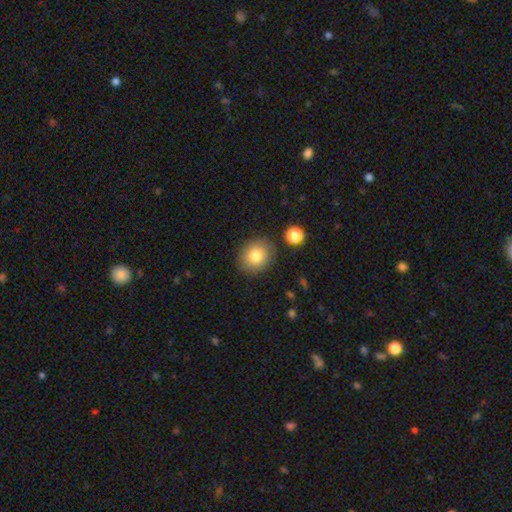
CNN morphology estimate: Q: Smooth or featured?
A: smooth (79%); runner-up: featured or disk (12%)
Q: How rounded?
A: round (71%); runner-up: in between (28%)
Q: Merging?
A: none (84%); runner-up: minor disturbance (10%)